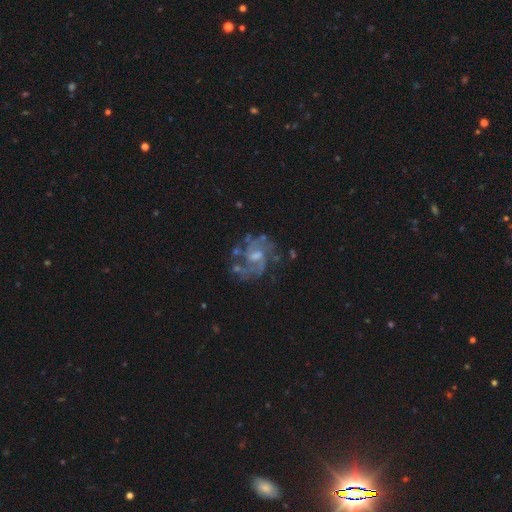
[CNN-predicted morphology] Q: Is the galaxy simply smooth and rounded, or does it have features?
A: featured or disk — 82%.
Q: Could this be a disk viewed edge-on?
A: no — 98%.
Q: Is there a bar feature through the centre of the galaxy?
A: weak — 48%.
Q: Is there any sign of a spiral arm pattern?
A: yes — 89%.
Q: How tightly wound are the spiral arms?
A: medium — 50%.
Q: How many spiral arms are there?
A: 2 — 43%.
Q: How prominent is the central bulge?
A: moderate — 44%.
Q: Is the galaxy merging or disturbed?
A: none — 60%.